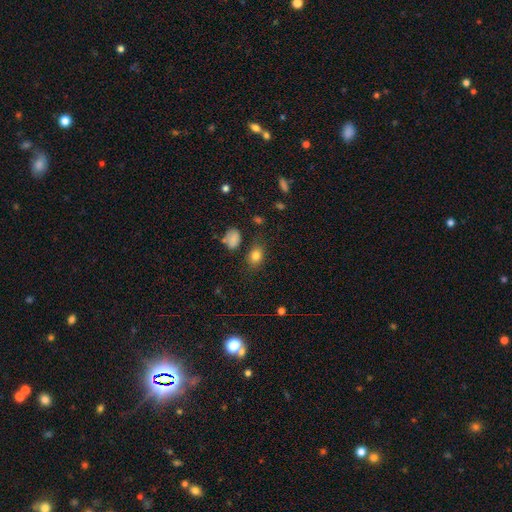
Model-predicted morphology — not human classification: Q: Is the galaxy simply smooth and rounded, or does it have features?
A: smooth — 81%.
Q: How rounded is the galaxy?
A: in between — 71%.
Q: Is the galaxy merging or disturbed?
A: none — 76%.